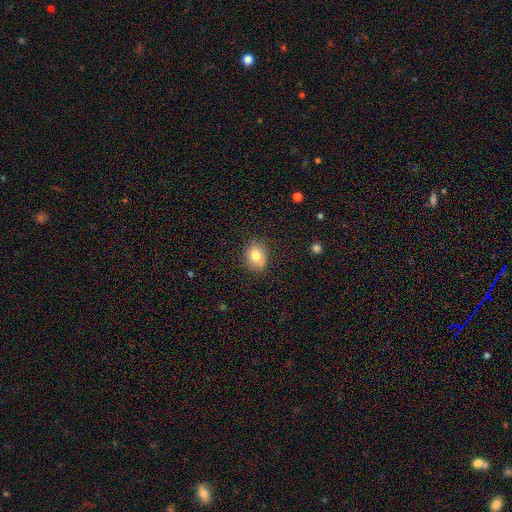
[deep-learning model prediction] This appears to be a smooth galaxy with no disk features (81%) that is round (51%). Merging: none (82%).